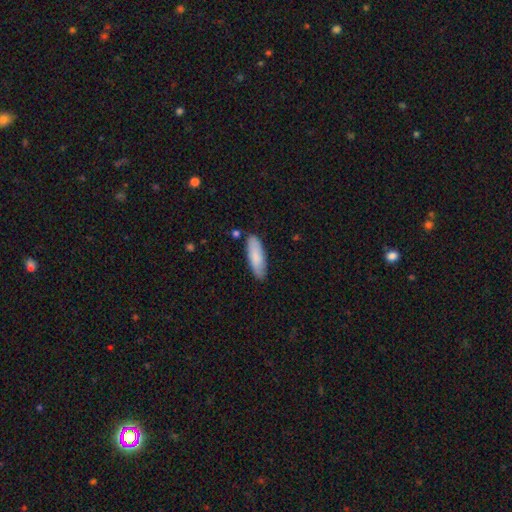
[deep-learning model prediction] A smooth galaxy with no disk features (82%) that is in between round and cigar-shaped (57%). Merging: none (84%).